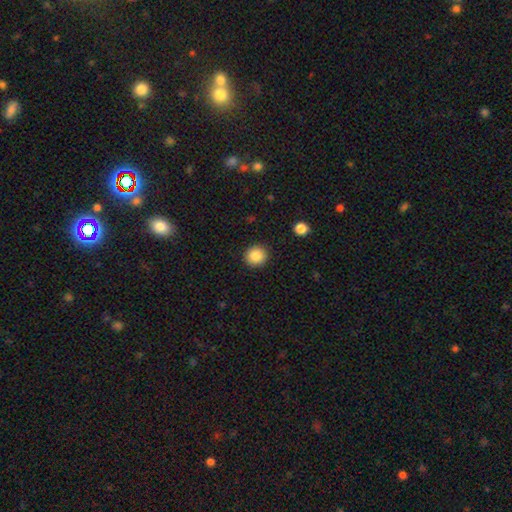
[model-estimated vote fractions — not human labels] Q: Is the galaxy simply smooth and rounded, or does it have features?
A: smooth — 86%.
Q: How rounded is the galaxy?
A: round — 92%.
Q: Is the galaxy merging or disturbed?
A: none — 91%.